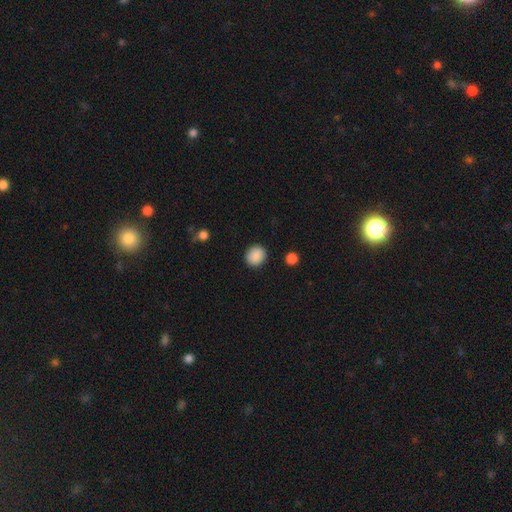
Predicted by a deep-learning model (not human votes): This is clearly a smooth galaxy (89%). How rounded: clearly round (82%). Merging: clearly none (90%).